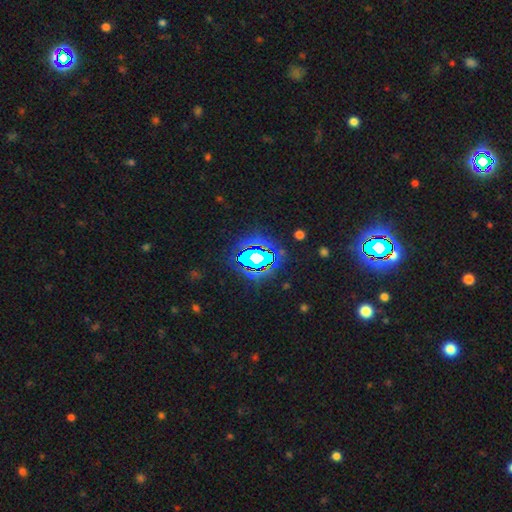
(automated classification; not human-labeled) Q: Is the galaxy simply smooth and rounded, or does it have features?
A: star or artifact — 79%.